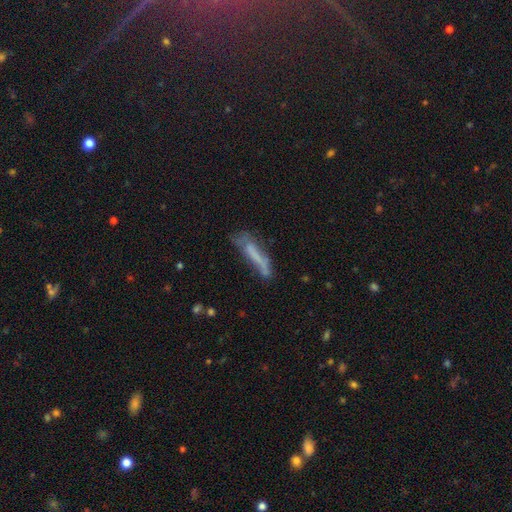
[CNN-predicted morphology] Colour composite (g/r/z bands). It shows a smooth galaxy with no disk features (54%) that is cigar-shaped (82%). Merging: none (43%).